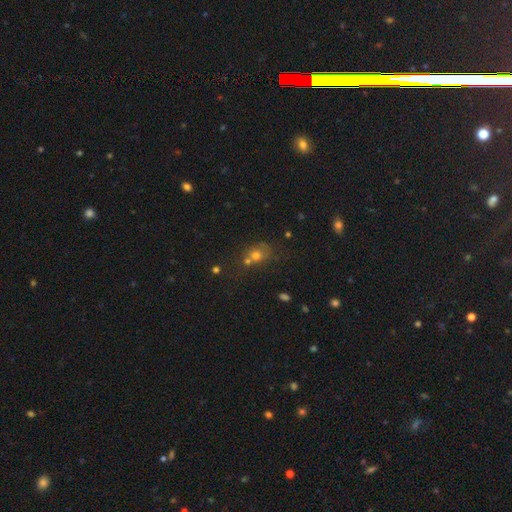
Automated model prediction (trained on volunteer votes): A smooth galaxy with no disk features (61%) that is round (67%). Merging: none (45%).